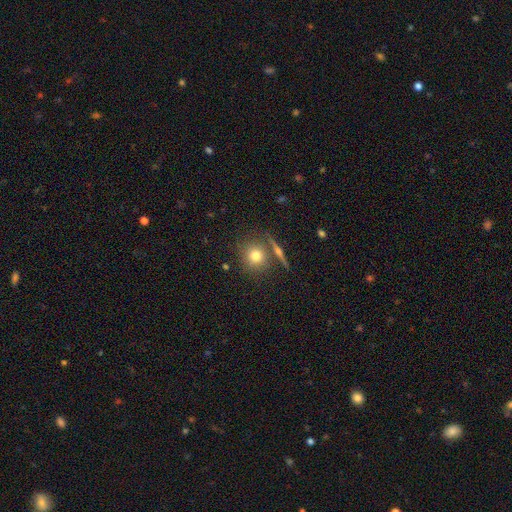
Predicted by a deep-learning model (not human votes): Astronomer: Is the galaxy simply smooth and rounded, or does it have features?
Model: smooth — 73%.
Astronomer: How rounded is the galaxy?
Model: round — 89%.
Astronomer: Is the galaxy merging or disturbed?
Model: none — 73%.